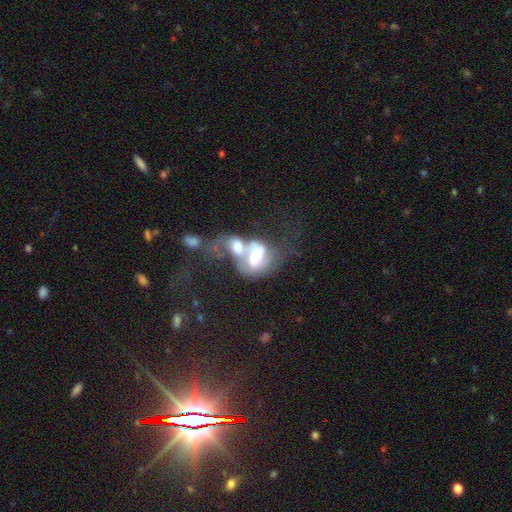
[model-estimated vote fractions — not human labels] smooth-or-featured: featured or disk: 54% | smooth: 38% | star or artifact: 9%
  disk-edge-on: no: 95% | yes: 5%
    bar: no: 52% | weak: 29% | strong: 19%
    has-spiral-arms: no: 53% | yes: 47%
    bulge-size: moderate: 51% | large: 29% | small: 10% | dominant: 5% | none: 5%
  merging: merger: 73% | major disturbance: 13% | none: 9% | minor disturbance: 5%